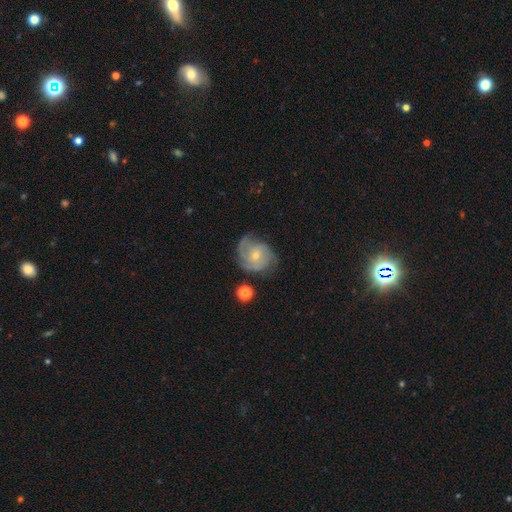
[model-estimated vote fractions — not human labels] This is clearly a featured or disk galaxy (81%). It is clearly not viewed edge-on (98%). Bar: likely no (71%). Spiral arm pattern: clearly yes (95%). Spiral arm count: marginally 3 (41%). Spiral winding: possibly tight (49%). Central bulge: likely small (69%). Merging: likely none (66%).